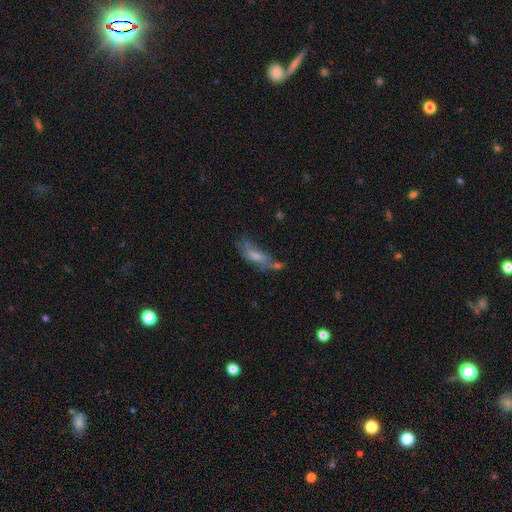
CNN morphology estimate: A smooth galaxy with no disk features (44%, tied with featured or disk).

Vote fractions:
- Smooth or featured? smooth: 44% (tied) / featured or disk: 44% (tied) / star or artifact: 12%
- Merging? none: 36% / minor disturbance: 22% / major disturbance: 22% / merger: 20%